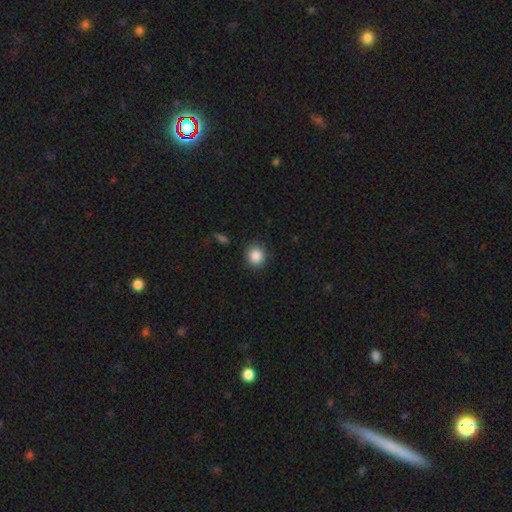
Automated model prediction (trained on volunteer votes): smooth_or_featured: smooth (p=0.87) [alt: star or artifact p=0.09]
how_rounded: round (p=0.84) [alt: in between p=0.15]
merging: none (p=0.86) [alt: minor disturbance p=0.10]